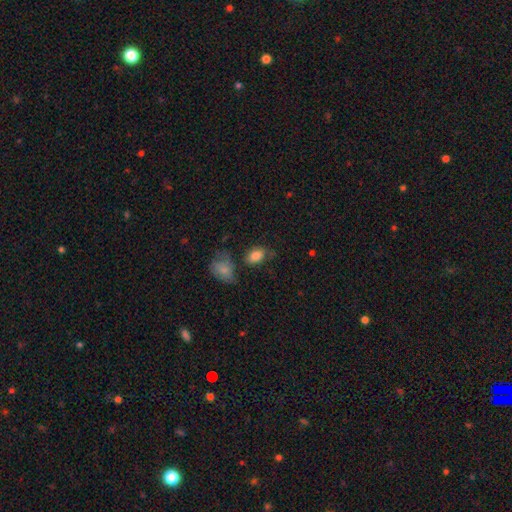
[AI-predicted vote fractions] smooth 84%, star or artifact 8%, featured or disk 8%. Down the decision tree: how rounded — in between (81%); merging — none (61%).